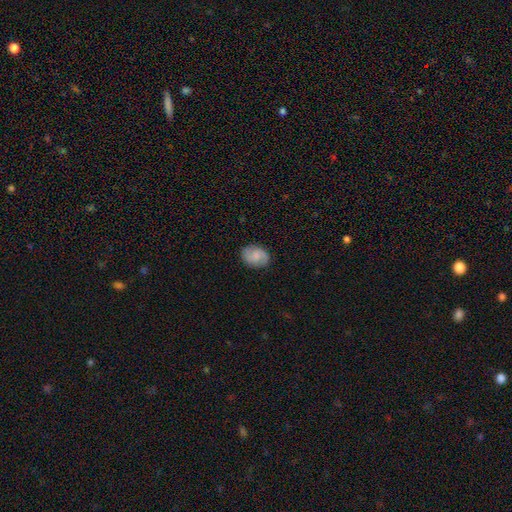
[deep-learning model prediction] A smooth galaxy with no disk features (46%, tied with featured or disk). Merging: none (84%).